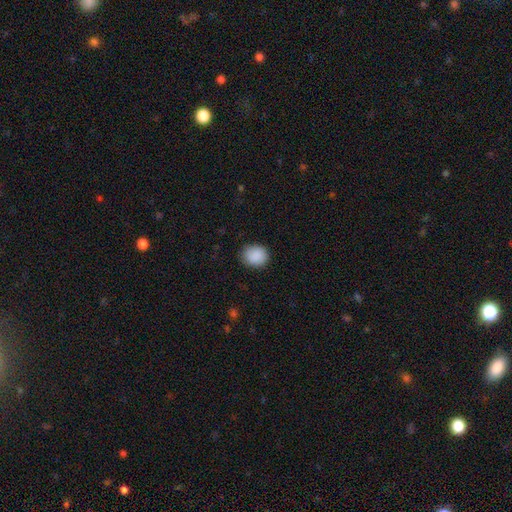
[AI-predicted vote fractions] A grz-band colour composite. It shows a smooth galaxy with no disk features (89%) that is round (68%). Merging: none (83%).